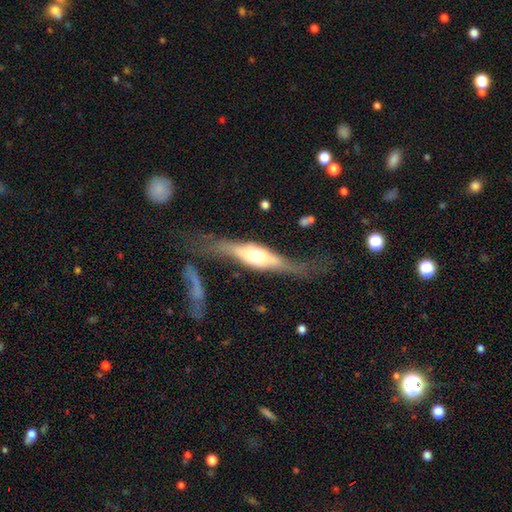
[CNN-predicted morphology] Q: Smooth or featured?
A: featured or disk (72%); runner-up: smooth (23%)
Q: Edge-on disk?
A: yes (84%); runner-up: no (16%)
Q: Edge-on bulge?
A: rounded (83%); runner-up: boxy (14%)
Q: Merging?
A: none (56%); runner-up: minor disturbance (21%)